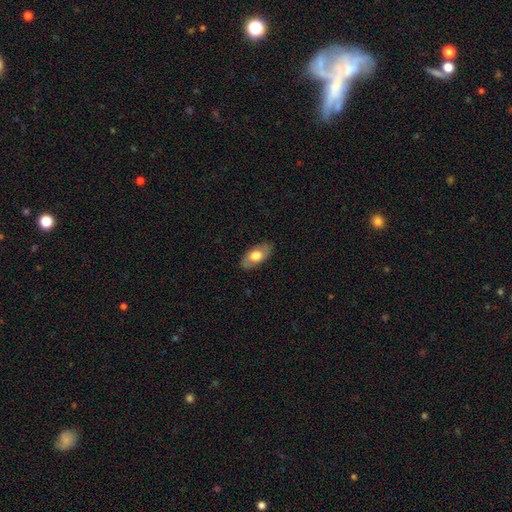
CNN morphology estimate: The model was most divided on "smooth or featured": smooth: 65%, featured or disk: 29%, star or artifact: 6%. More confident: how rounded — in between (91%); merging — none (84%).